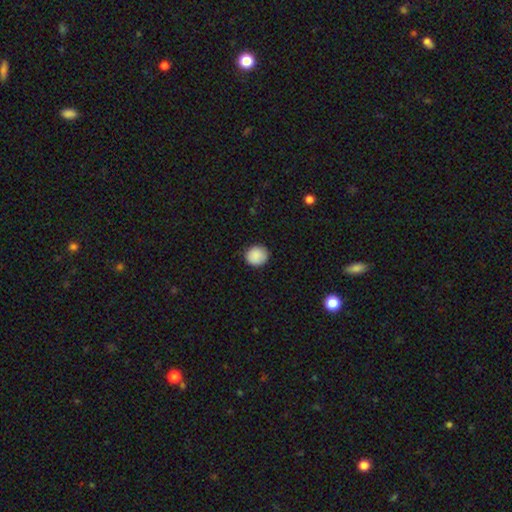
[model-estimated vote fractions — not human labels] smooth_or_featured: smooth (p=0.89) [alt: star or artifact p=0.08]
how_rounded: round (p=0.84) [alt: in between p=0.15]
merging: none (p=0.87) [alt: minor disturbance p=0.10]